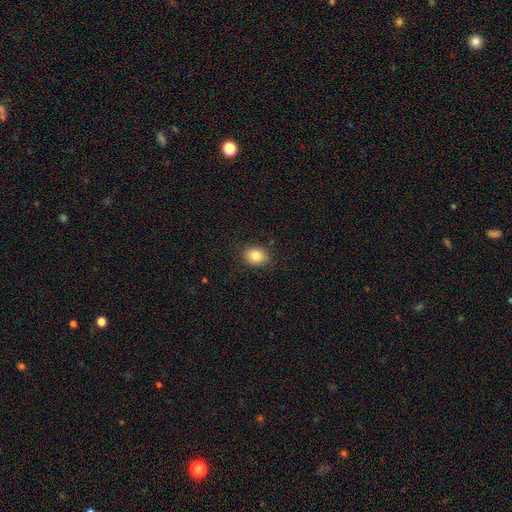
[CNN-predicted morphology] This is clearly a smooth galaxy (83%). How rounded: possibly in between (50%). Merging: clearly none (86%).